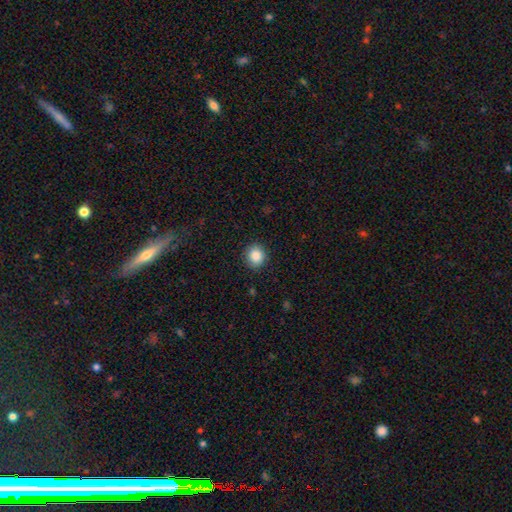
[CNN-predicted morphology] Overall: smooth (87%). How rounded: round (82%). Merging: none (89%).